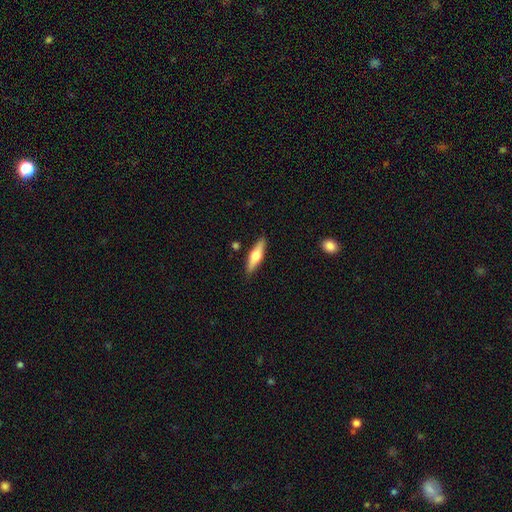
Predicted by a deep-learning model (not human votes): Overall: smooth (53%; featured or disk 41%). How rounded: cigar-shaped (67%; in between 30%). Merging: none (87%).